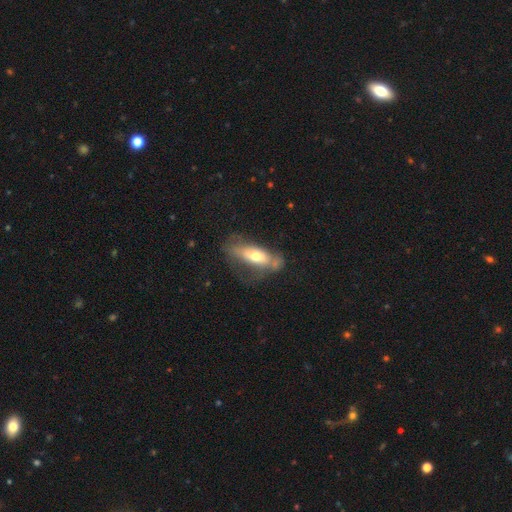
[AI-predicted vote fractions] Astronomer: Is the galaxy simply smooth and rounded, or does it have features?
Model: smooth — 57% (runner-up: featured or disk, 36%).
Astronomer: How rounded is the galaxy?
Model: in between — 72%.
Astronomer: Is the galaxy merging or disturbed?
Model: none — 39% (runner-up: minor disturbance, 28%).